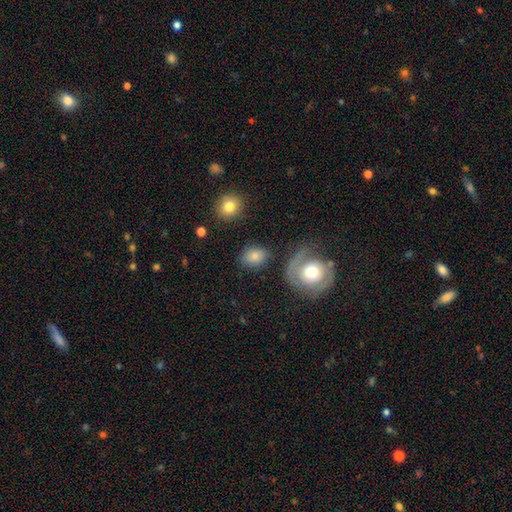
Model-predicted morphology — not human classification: Smooth or featured: smooth — 76% (featured or disk — 15%)
How rounded: in between — 63% (round — 36%)
Merging: none — 76% (minor disturbance — 13%)